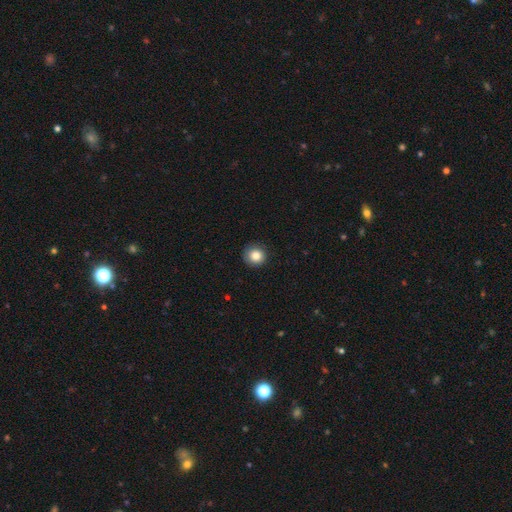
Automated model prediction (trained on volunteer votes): This appears to be a smooth galaxy with no disk features (85%) that is round (93%). Merging: none (88%).